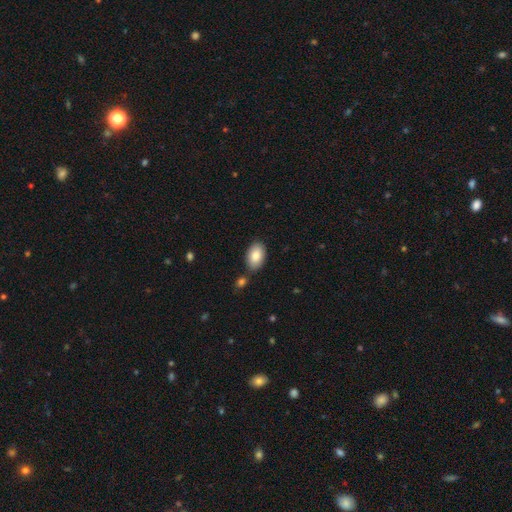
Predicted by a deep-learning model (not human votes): smooth_or_featured: smooth (p=0.85) [alt: featured or disk p=0.08]
how_rounded: in between (p=0.93) [alt: round p=0.06]
merging: none (p=0.77) [alt: minor disturbance p=0.12]